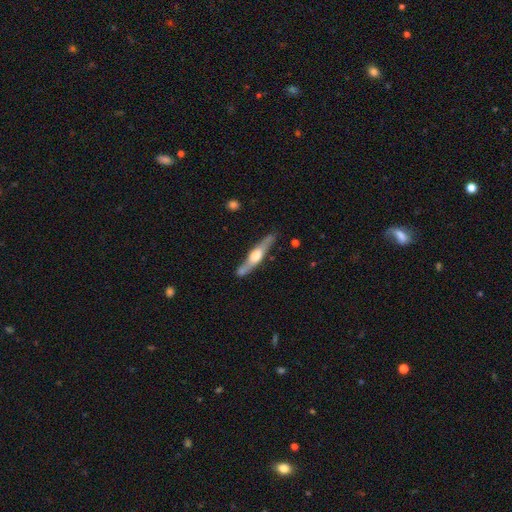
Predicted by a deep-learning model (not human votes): This appears to be a featured or disk galaxy (68%) viewed edge-on (93%) with a rounded central bulge (87%). Merging: none (78%).